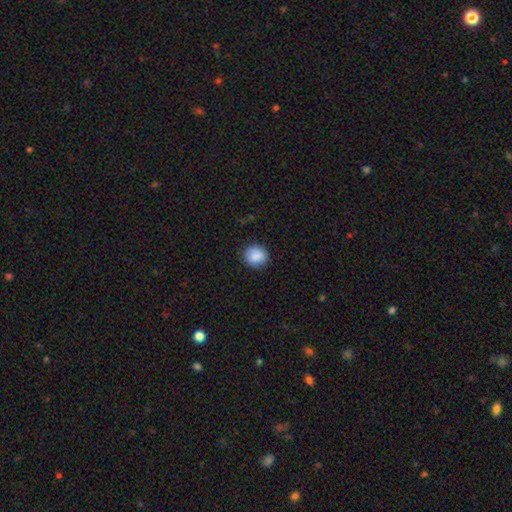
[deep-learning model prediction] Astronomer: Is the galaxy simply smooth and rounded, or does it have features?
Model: smooth — 89%.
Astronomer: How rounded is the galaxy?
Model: round — 84%.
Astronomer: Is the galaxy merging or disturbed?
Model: none — 88%.